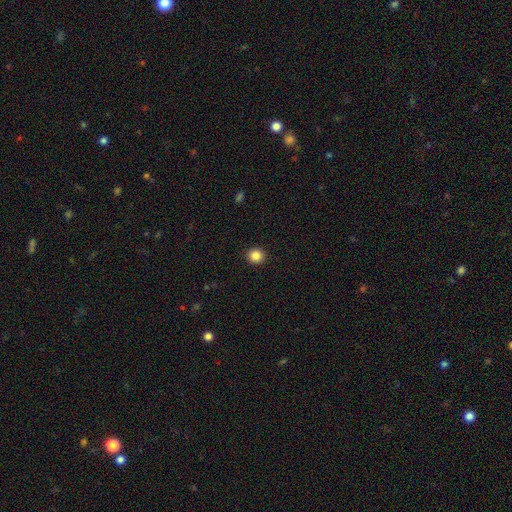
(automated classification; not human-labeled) smooth_or_featured: smooth (p=0.86) [alt: star or artifact p=0.11]
how_rounded: round (p=0.92) [alt: in between p=0.07]
merging: none (p=0.93) [alt: minor disturbance p=0.05]